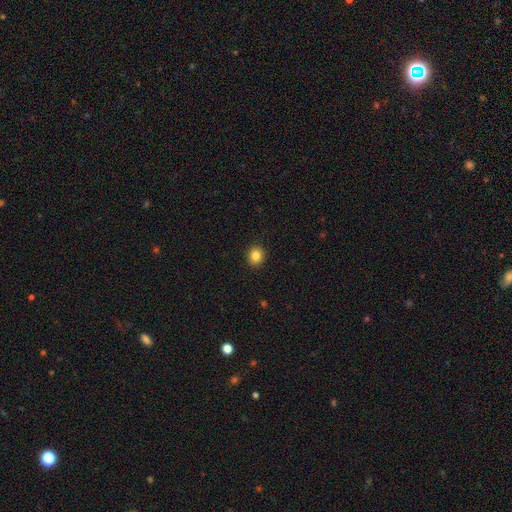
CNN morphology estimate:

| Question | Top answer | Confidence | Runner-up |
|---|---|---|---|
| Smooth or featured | smooth | 84% | star or artifact (11%) |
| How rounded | round | 86% | in between (13%) |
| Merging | none | 92% | minor disturbance (5%) |